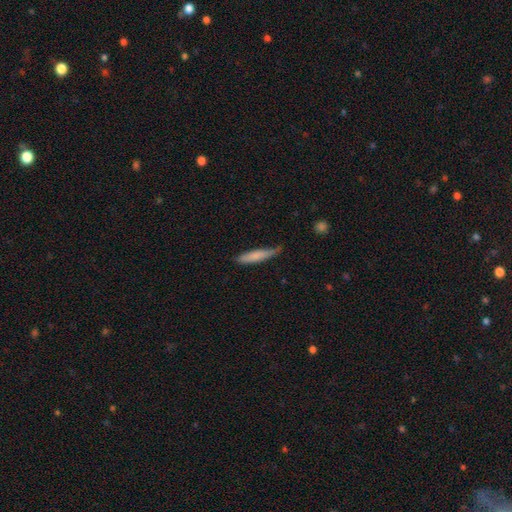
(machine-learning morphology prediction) A smooth galaxy with no disk features (76%) that is cigar-shaped (85%).

Vote fractions:
- Smooth or featured? smooth: 76% / featured or disk: 19% / star or artifact: 5%
- How rounded? cigar-shaped: 85% / in between: 13% / round: 1%
- Merging? none: 62% / minor disturbance: 31% / major disturbance: 5% / merger: 2%